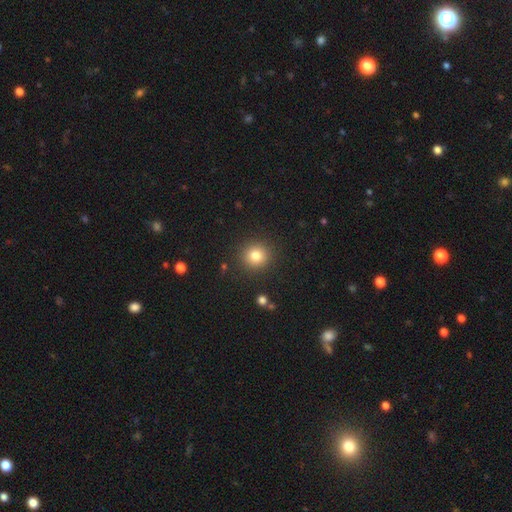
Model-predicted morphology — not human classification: Smooth or featured? smooth (81%)
How rounded? round (90%)
Merging? none (90%)